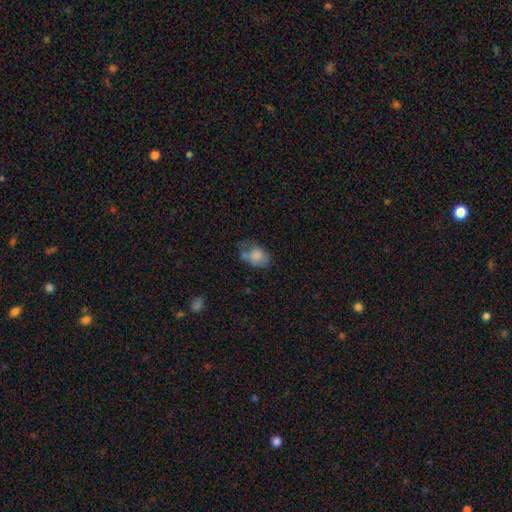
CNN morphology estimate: Smooth or featured: smooth — 77% (featured or disk — 15%)
How rounded: in between — 73% (round — 26%)
Merging: none — 34% (minor disturbance — 32%)